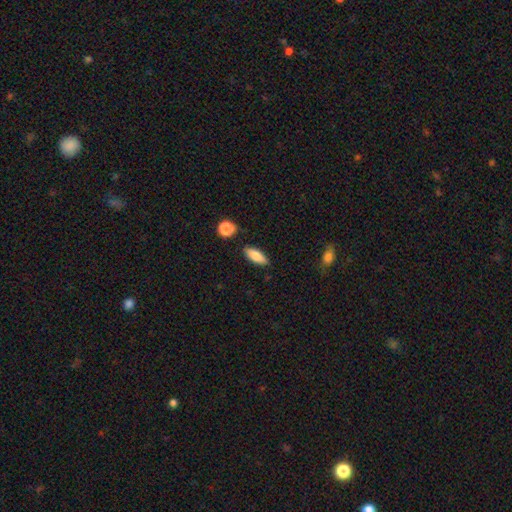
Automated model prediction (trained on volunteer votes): smooth_or_featured: smooth (p=0.81) [alt: featured or disk p=0.12]
how_rounded: in between (p=0.73) [alt: cigar-shaped p=0.24]
merging: none (p=0.83) [alt: minor disturbance p=0.12]